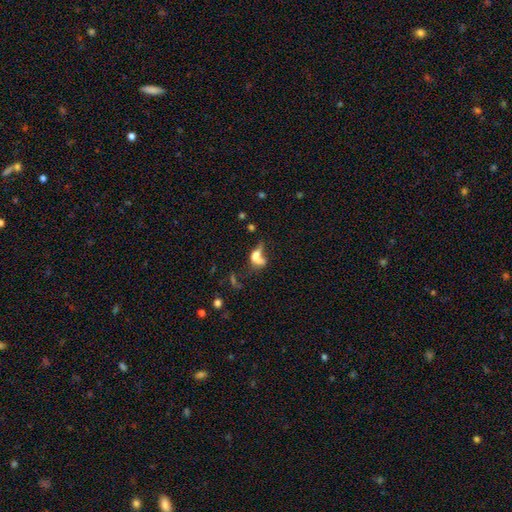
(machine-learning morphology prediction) smooth-or-featured: smooth: 54% | featured or disk: 32% | star or artifact: 14%
  how-rounded: in between: 61% | round: 21% | cigar-shaped: 18%
  merging: merger: 48% | major disturbance: 21% | none: 20% | minor disturbance: 10%